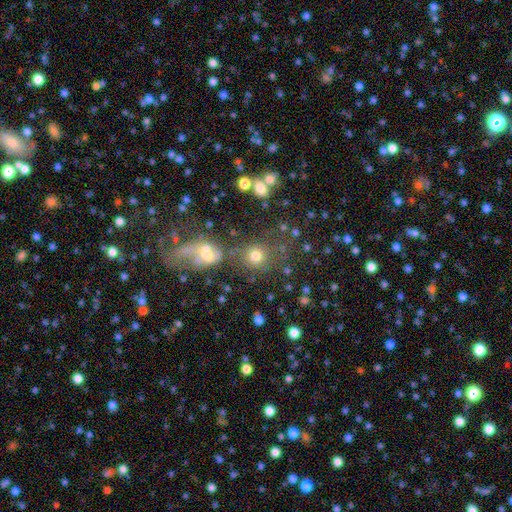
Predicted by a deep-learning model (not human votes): smooth_or_featured: smooth (p=0.75) [alt: star or artifact p=0.15]
how_rounded: round (p=0.83) [alt: in between p=0.16]
merging: none (p=0.62) [alt: merger p=0.19]